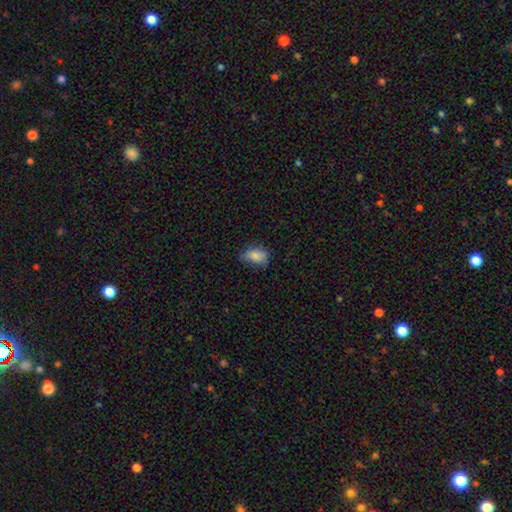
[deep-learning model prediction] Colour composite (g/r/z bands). It shows a smooth galaxy with no disk features (80%) that is in between round and cigar-shaped (84%). Merging: none (55%).